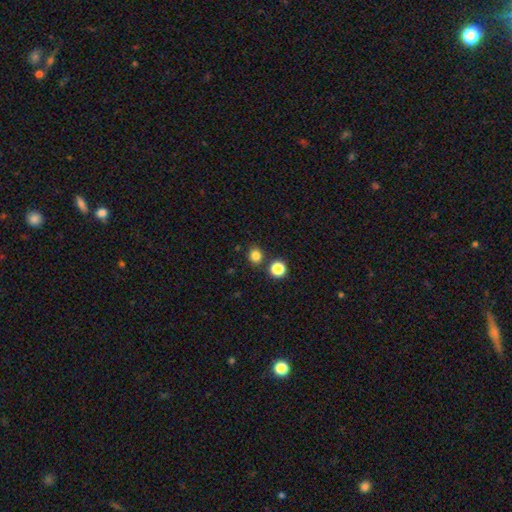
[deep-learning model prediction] Smooth or featured? Predicted: smooth (p=0.82). How rounded? Predicted: round (p=0.83). Merging? Predicted: none (p=0.82).